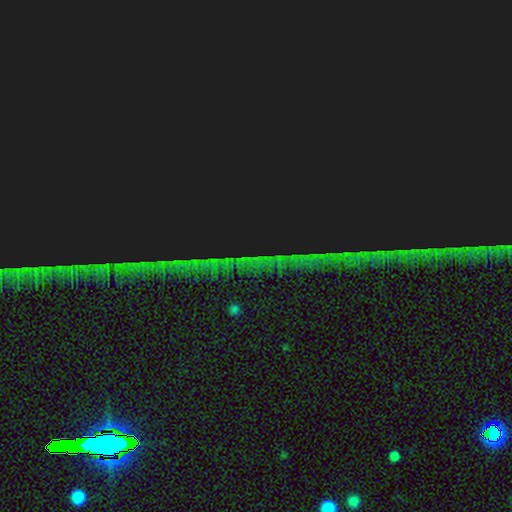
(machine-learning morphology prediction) Smooth or featured: star or artifact — 84% (featured or disk — 8%)